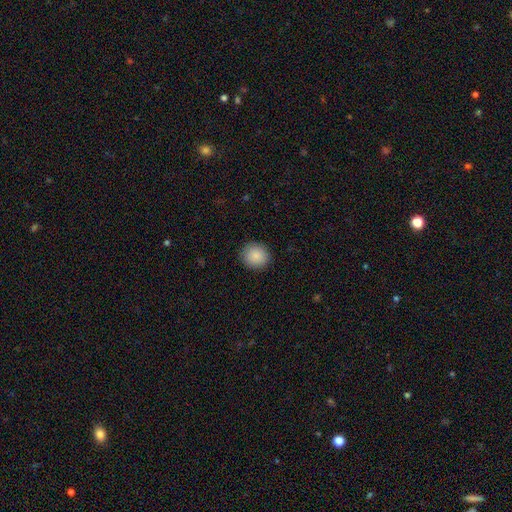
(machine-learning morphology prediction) smooth-or-featured: smooth: 88% | star or artifact: 8% | featured or disk: 4%
  how-rounded: round: 85% | in between: 14% | cigar-shaped: 1%
  merging: none: 90% | minor disturbance: 7% | major disturbance: 2% | merger: 1%